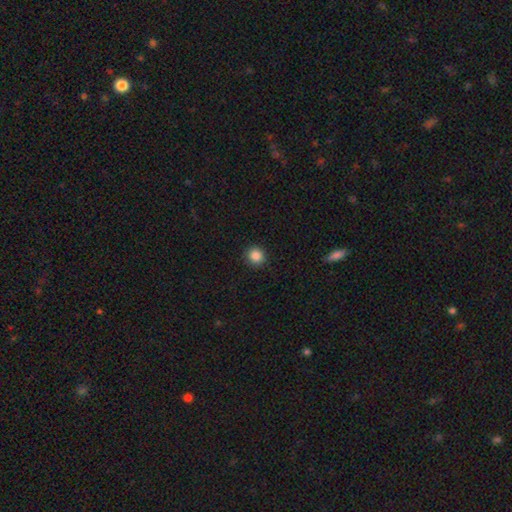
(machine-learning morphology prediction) The model was most divided on "smooth or featured": smooth: 86%, star or artifact: 10%, featured or disk: 3%. More confident: merging — none (92%); how rounded — round (92%).